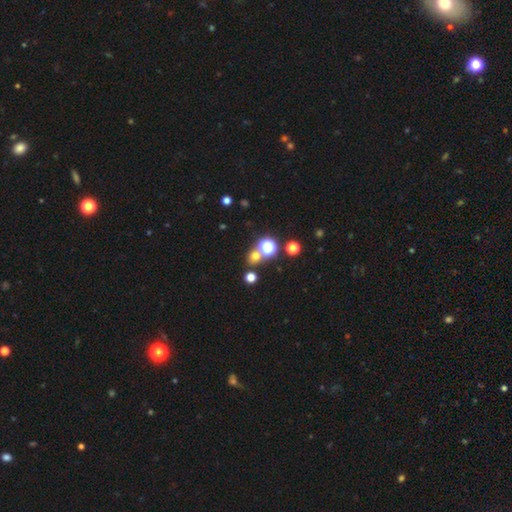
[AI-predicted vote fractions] The model was most divided on "smooth or featured": smooth: 58%, star or artifact: 34%, featured or disk: 9%. More confident: how rounded — round (83%); merging — none (68%).